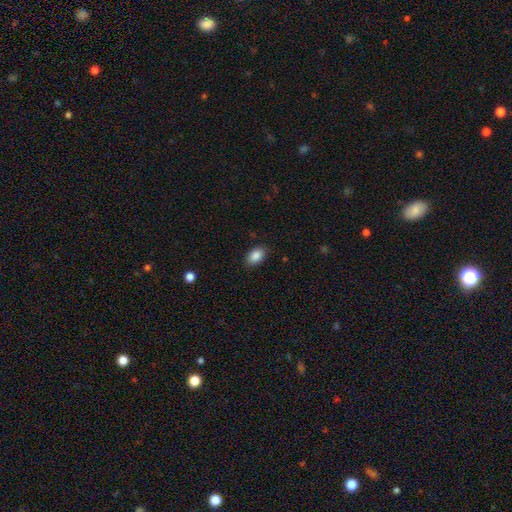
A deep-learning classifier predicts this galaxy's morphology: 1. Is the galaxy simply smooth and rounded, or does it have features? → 88% smooth, 8% star or artifact, 4% featured or disk.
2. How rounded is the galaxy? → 88% in between, 10% round, 1% cigar-shaped.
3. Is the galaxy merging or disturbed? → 87% none, 10% minor disturbance, 2% major disturbance, 1% merger.